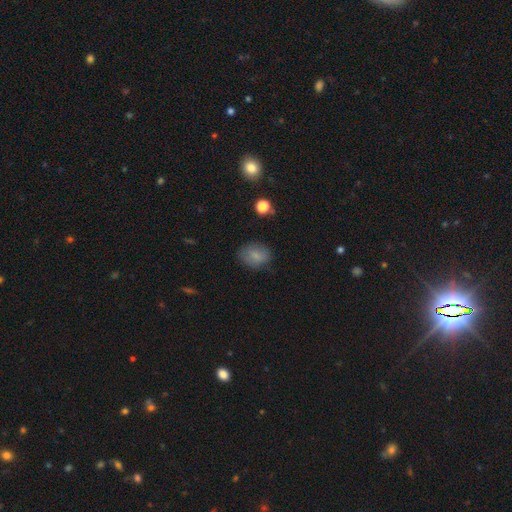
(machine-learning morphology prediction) Smooth or featured? Predicted: smooth (p=0.79). How rounded? Predicted: in between (p=0.58). Merging? Predicted: none (p=0.74).